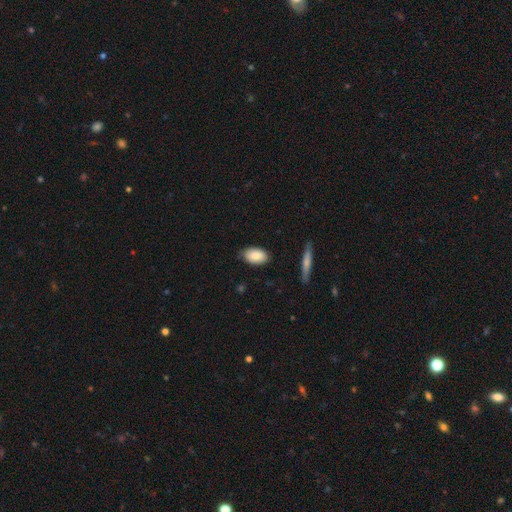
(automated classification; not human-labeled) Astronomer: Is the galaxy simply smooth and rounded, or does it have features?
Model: smooth — 81%.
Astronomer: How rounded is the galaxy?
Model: in between — 93%.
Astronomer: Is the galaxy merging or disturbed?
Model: none — 82%.